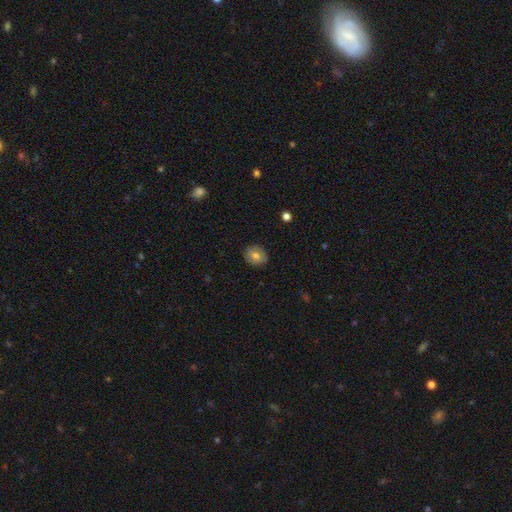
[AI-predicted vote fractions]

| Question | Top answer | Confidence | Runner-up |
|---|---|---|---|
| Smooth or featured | smooth | 70% | featured or disk (22%) |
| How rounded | round | 67% | in between (32%) |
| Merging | none | 86% | minor disturbance (10%) |